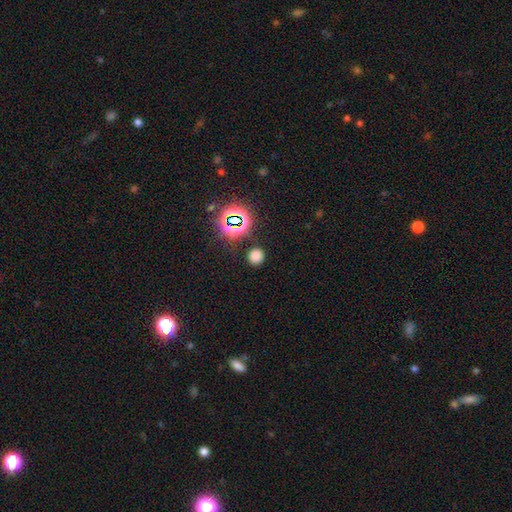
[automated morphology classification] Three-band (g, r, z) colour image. It shows a smooth galaxy with no disk features (72%) that is round (89%). Merging: none (88%).